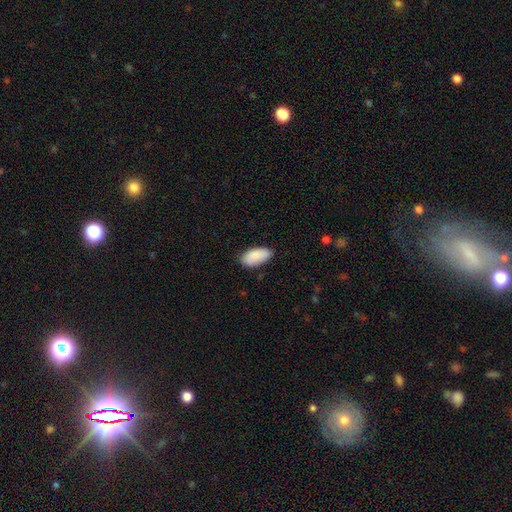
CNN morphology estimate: Smooth or featured: smooth — 89% (star or artifact — 6%)
How rounded: in between — 94% (cigar-shaped — 4%)
Merging: none — 79% (minor disturbance — 18%)